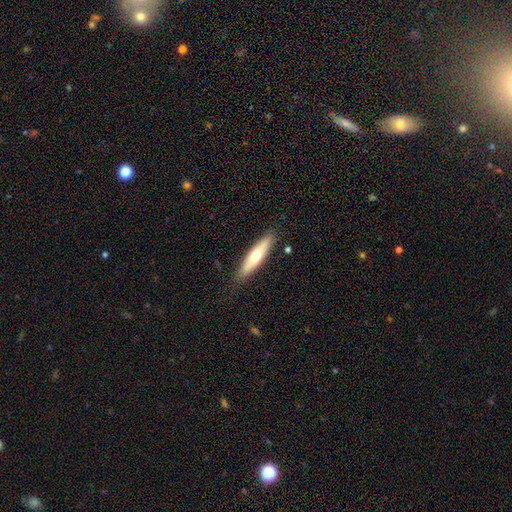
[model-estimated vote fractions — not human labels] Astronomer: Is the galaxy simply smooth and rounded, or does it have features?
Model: smooth — 55% (runner-up: featured or disk, 39%).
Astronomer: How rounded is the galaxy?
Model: cigar-shaped — 73%.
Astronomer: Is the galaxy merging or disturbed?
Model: none — 85%.